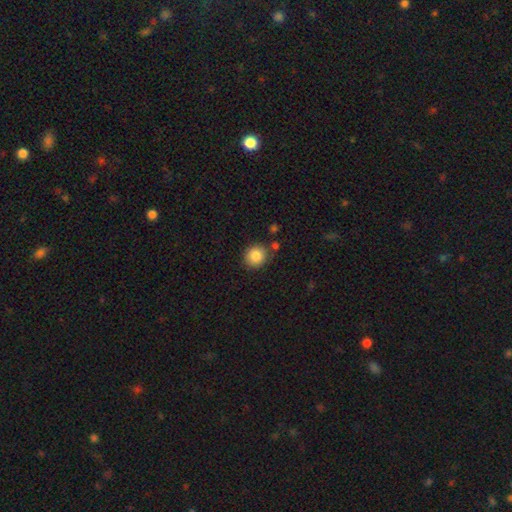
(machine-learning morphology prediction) Smooth or featured: smooth — 86% (star or artifact — 8%)
How rounded: round — 82% (in between — 17%)
Merging: none — 81% (minor disturbance — 11%)